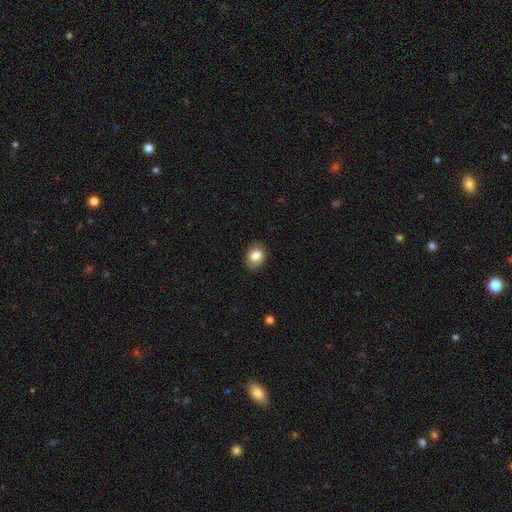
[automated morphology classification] smooth 81%, featured or disk 11%, star or artifact 8%. Down the decision tree: how rounded — in between (66%); merging — none (85%).